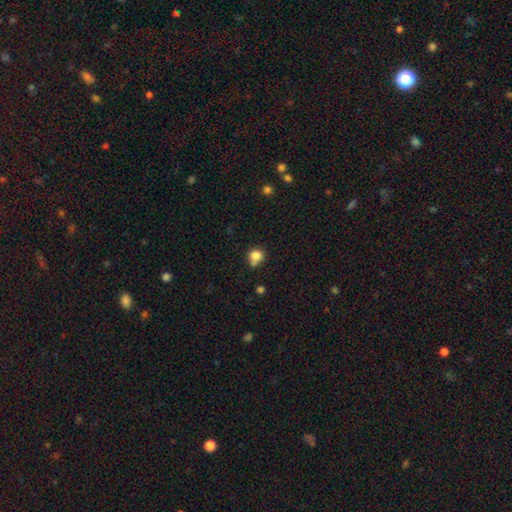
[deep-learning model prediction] A smooth galaxy with no disk features (82%) that is round (84%).

Vote fractions:
- Smooth or featured? smooth: 82% / star or artifact: 11% / featured or disk: 7%
- How rounded? round: 84% / in between: 15% / cigar-shaped: 1%
- Merging? none: 57% / merger: 22% / minor disturbance: 17% / major disturbance: 5%